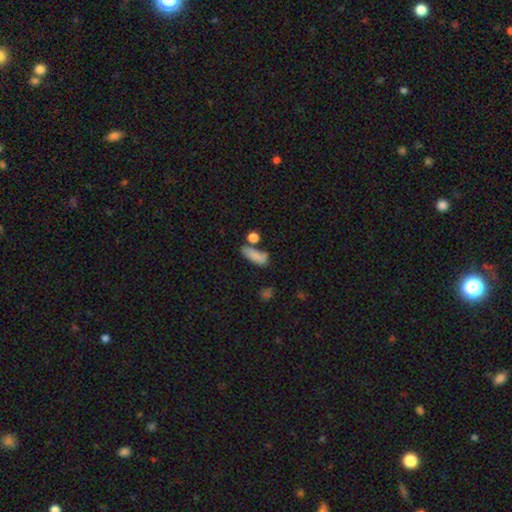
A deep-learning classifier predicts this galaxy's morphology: This appears to be a smooth galaxy with no disk features (80%) that is in between round and cigar-shaped (69%). Merging: none (53%).